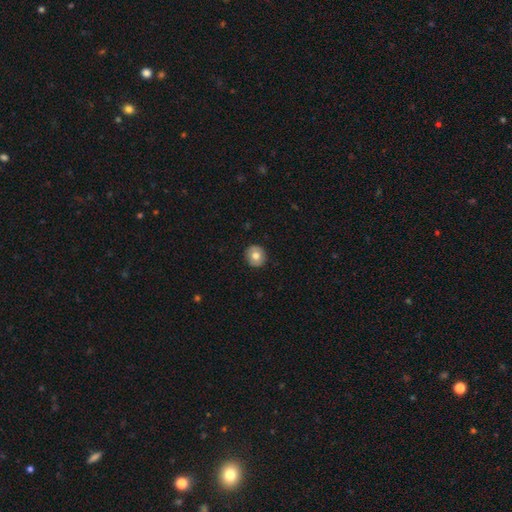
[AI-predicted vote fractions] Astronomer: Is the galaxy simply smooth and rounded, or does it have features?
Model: smooth — 74%.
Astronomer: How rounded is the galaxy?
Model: round — 89%.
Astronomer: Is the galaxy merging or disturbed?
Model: none — 90%.